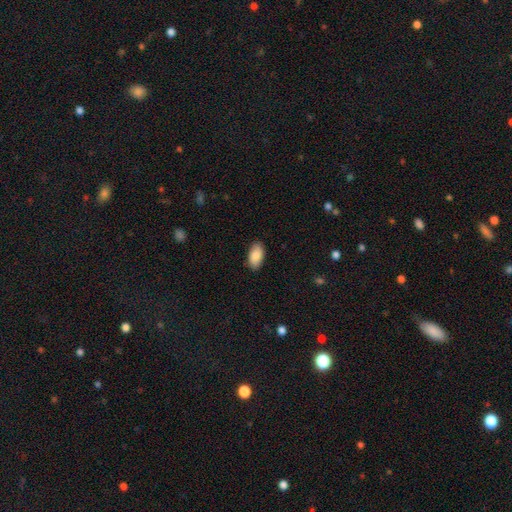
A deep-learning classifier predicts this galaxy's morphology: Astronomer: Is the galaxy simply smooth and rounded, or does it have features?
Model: smooth — 87%.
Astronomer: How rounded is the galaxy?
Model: in between — 95%.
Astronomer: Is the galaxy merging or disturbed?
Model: none — 88%.